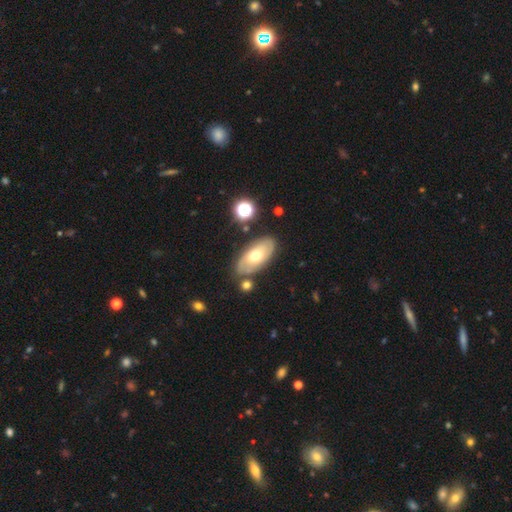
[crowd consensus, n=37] featured or disk 68%, smooth 24%, star or artifact 8%. Down the decision tree: edge-on disk — no (88%); bar — no (64%); spiral arms — yes (77%); spiral arm count — 2 (53%); spiral winding — tight (65%); bulge size — moderate (77%); merging — none (79%).